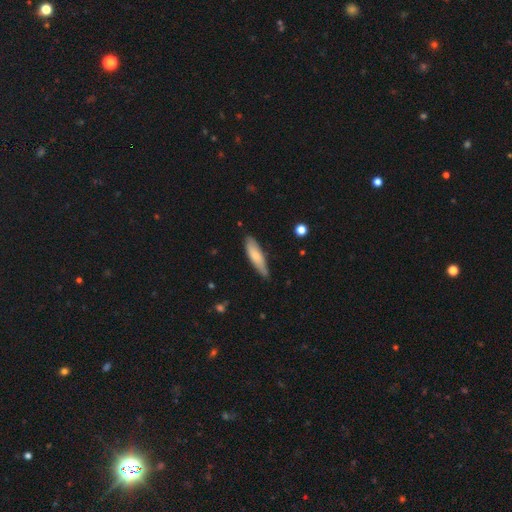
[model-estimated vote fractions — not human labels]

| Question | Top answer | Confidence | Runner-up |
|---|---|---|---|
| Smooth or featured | smooth | 69% | featured or disk (25%) |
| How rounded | cigar-shaped | 64% | in between (34%) |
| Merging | none | 71% | minor disturbance (24%) |